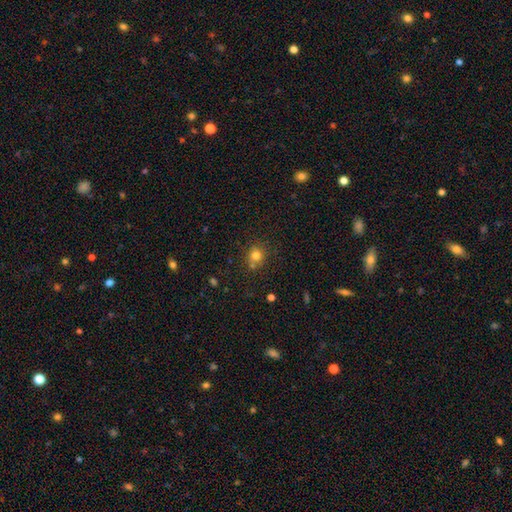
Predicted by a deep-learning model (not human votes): smooth_or_featured: smooth (p=0.78) [alt: star or artifact p=0.15]
how_rounded: round (p=0.84) [alt: in between p=0.15]
merging: none (p=0.70) [alt: merger p=0.15]